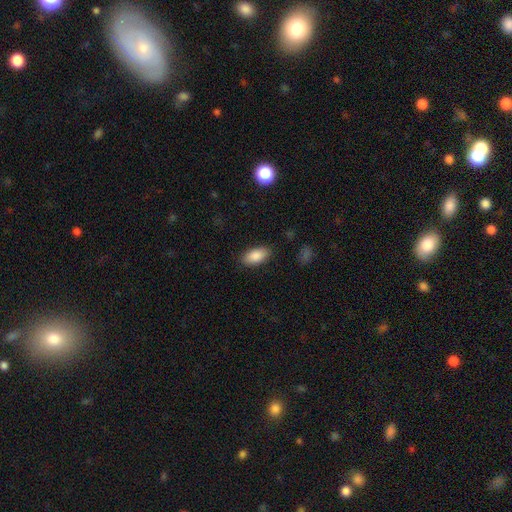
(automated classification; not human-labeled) A smooth galaxy with no disk features (88%) that is in between round and cigar-shaped (93%). Merging: none (87%).